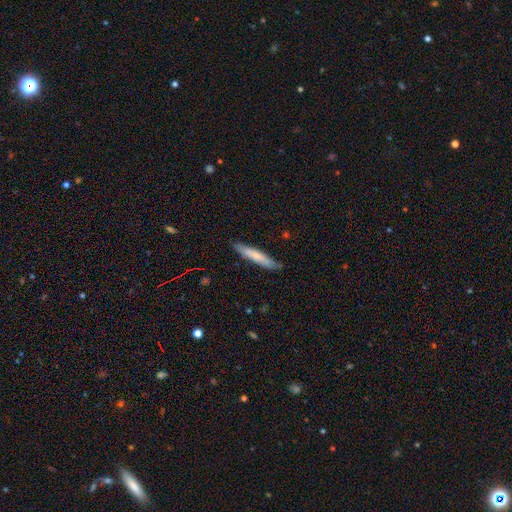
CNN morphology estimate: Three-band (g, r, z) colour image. It shows a smooth galaxy with no disk features (68%) that is cigar-shaped (92%). Merging: none (83%).